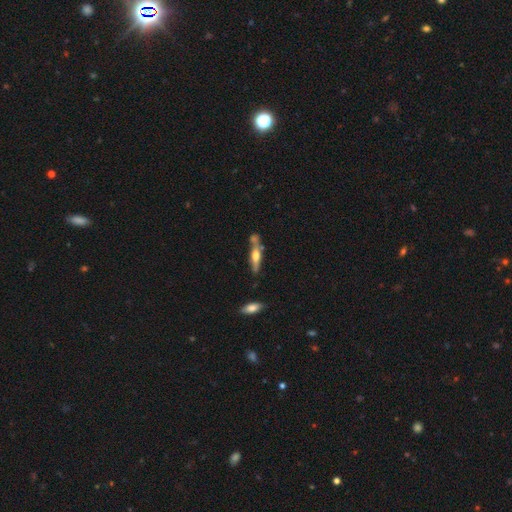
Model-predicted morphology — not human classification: Smooth or featured? Predicted: featured or disk (p=0.51). Edge-on disk? Predicted: yes (p=0.89). Merging? Predicted: none (p=0.57).